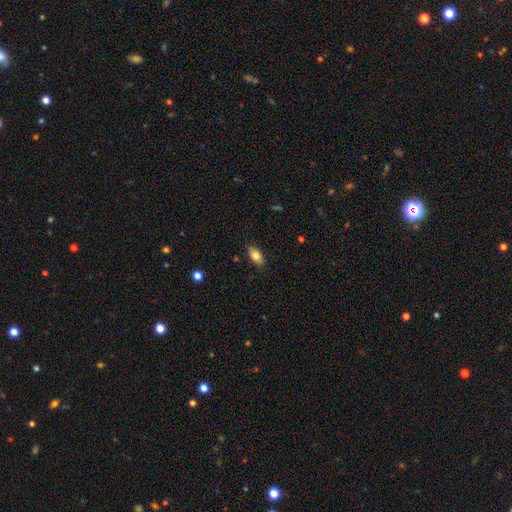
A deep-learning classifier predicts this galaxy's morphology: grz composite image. It shows a smooth galaxy with no disk features (79%) that is in between round and cigar-shaped (89%). Merging: none (86%).